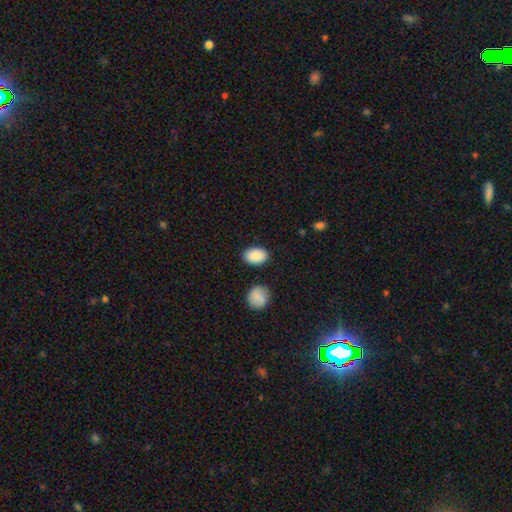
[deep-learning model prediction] Morphology: type=smooth (89%); roundness=in between (85%); merging=none (84%).